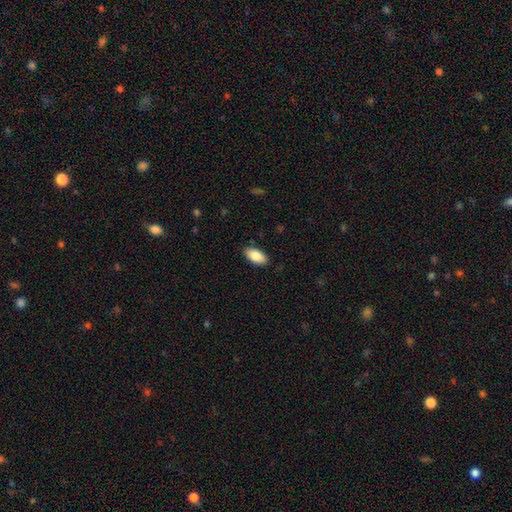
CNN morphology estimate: Smooth or featured? smooth (86%)
How rounded? in between (93%)
Merging? none (87%)